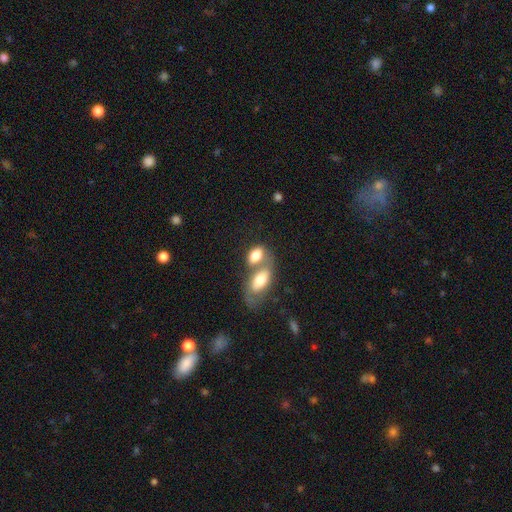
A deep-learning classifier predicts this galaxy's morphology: This is likely a smooth galaxy (75%). How rounded: clearly in between (88%). Merging: likely merger (63%).